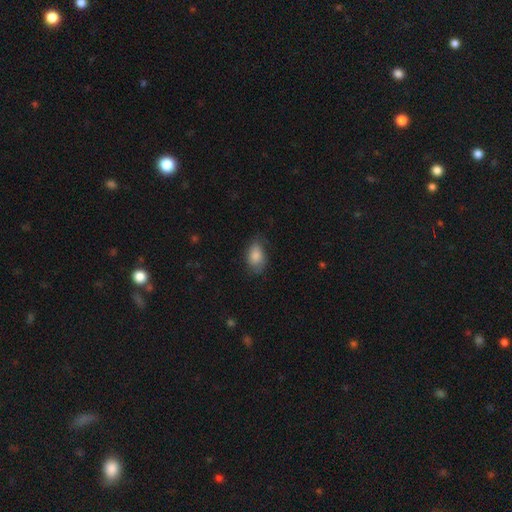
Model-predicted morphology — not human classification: A smooth galaxy with no disk features (84%) that is in between round and cigar-shaped (87%).

Vote fractions:
- Smooth or featured? smooth: 84% / featured or disk: 9% / star or artifact: 7%
- How rounded? in between: 87% / round: 11% / cigar-shaped: 2%
- Merging? none: 66% / minor disturbance: 26% / major disturbance: 7% / merger: 1%